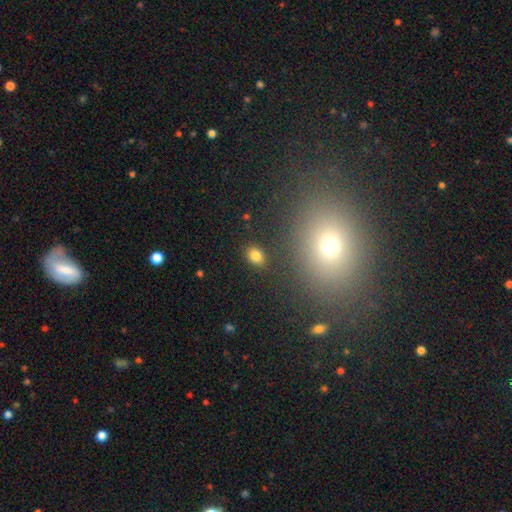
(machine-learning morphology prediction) smooth_or_featured: smooth (p=0.82) [alt: star or artifact p=0.13]
how_rounded: in between (p=0.67) [alt: round p=0.32]
merging: none (p=0.86) [alt: minor disturbance p=0.08]